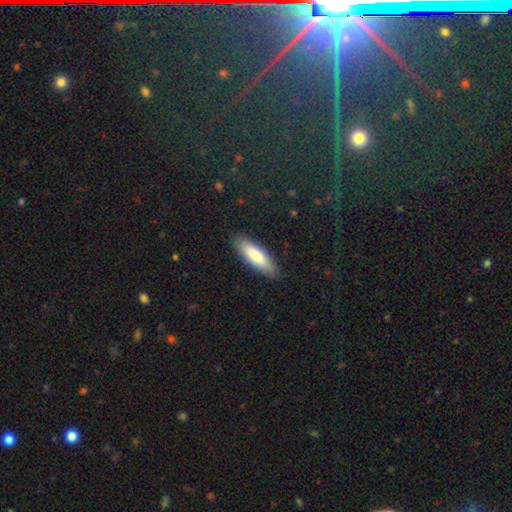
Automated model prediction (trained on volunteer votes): Overall: smooth (83%). How rounded: in between (52%; cigar-shaped 46%). Merging: none (87%).